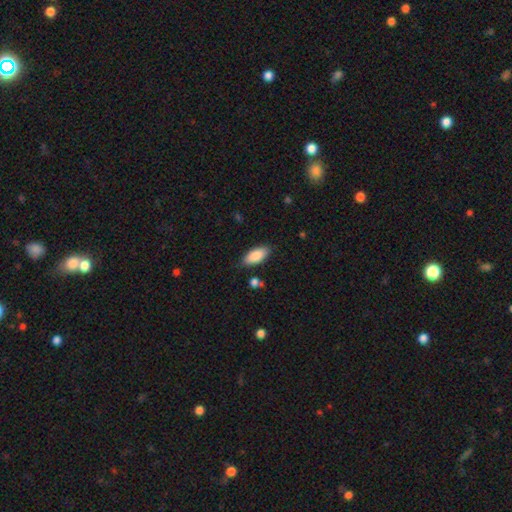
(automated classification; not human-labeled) A smooth galaxy with no disk features (87%) that is in between round and cigar-shaped (87%). Merging: none (82%).